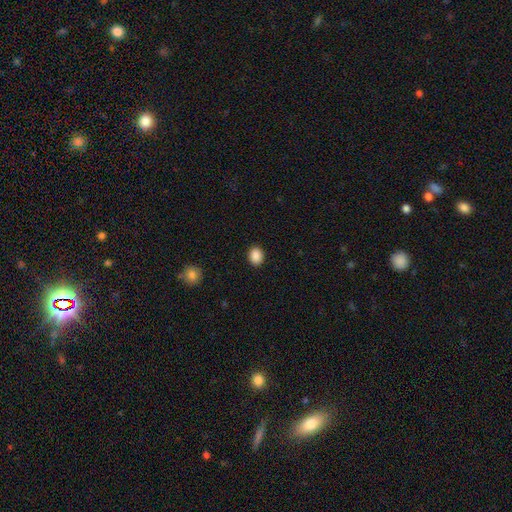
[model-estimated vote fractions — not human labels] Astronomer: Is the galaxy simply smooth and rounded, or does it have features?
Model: smooth — 89%.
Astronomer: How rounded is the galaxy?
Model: round — 51% (runner-up: in between, 48%).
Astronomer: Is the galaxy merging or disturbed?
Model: none — 91%.